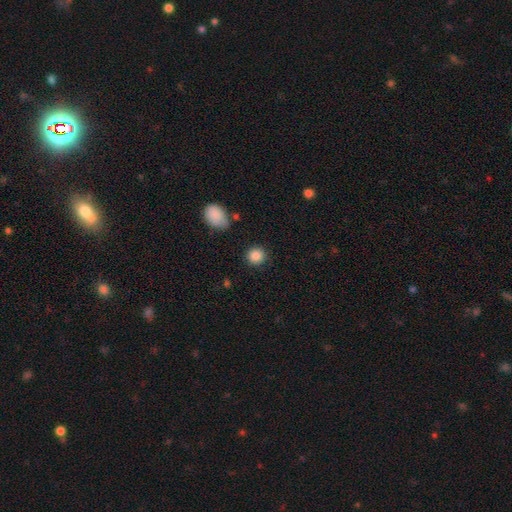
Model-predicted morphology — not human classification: Smooth or featured?
  - smooth: 87% *
  - star or artifact: 9%
  - featured or disk: 4%
How rounded?
  - round: 89% *
  - in between: 10%
  - cigar-shaped: 1%
Merging?
  - none: 84% *
  - minor disturbance: 10%
  - major disturbance: 3%
  - merger: 2%